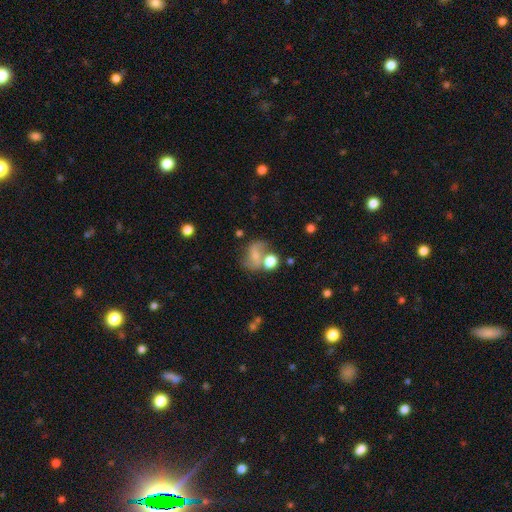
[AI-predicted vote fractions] A featured or disk galaxy (44%).

Vote fractions:
- Smooth or featured? featured or disk: 44% / smooth: 43% / star or artifact: 13%
- Merging? none: 42% / merger: 30% / minor disturbance: 17% / major disturbance: 11%